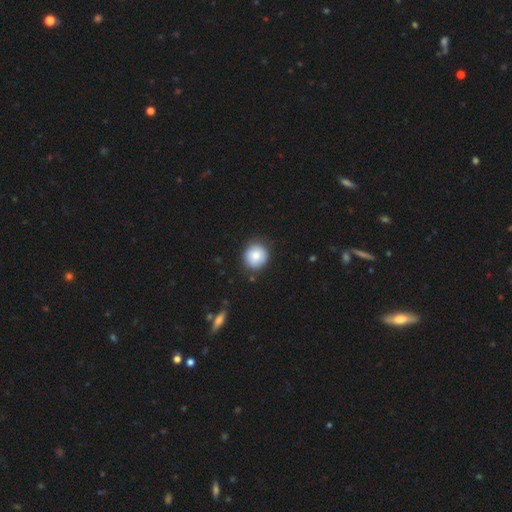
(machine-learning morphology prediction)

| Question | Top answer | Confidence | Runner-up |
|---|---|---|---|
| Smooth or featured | smooth | 81% | featured or disk (11%) |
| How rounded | round | 90% | in between (9%) |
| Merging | none | 84% | minor disturbance (12%) |